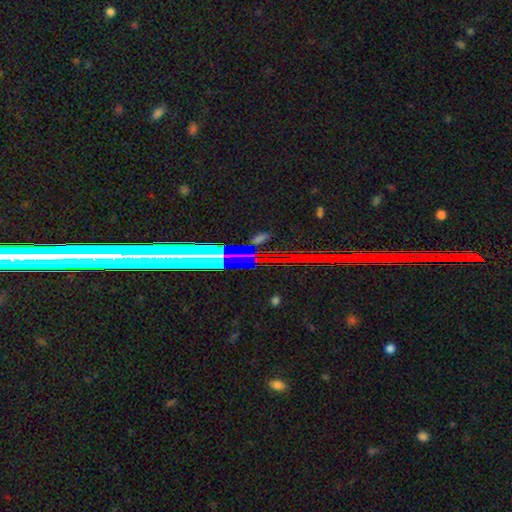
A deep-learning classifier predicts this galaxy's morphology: star or artifact 63%, featured or disk 24%, smooth 13%.